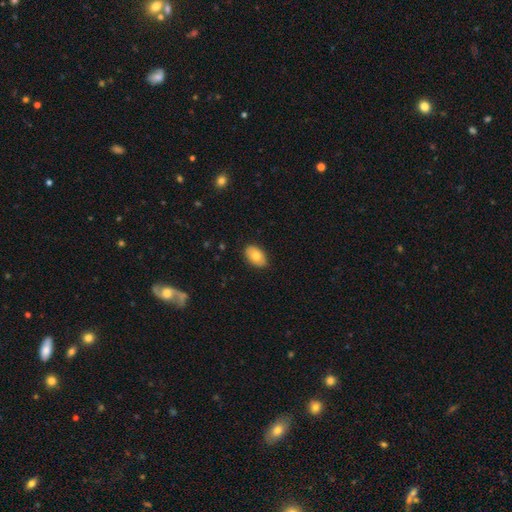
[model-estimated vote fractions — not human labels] This is likely a smooth galaxy (76%). How rounded: clearly in between (91%). Merging: clearly none (87%).